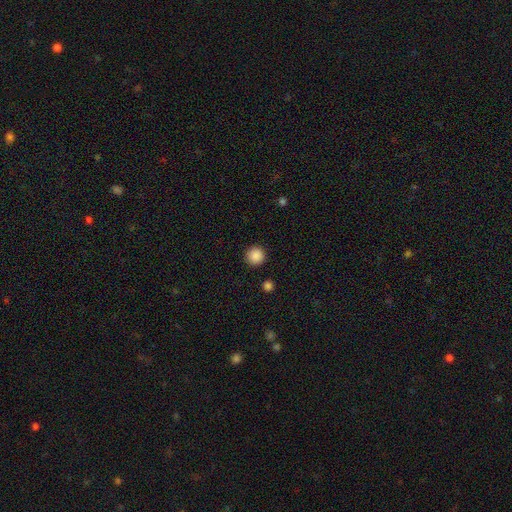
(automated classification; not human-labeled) This is clearly a smooth galaxy (88%). How rounded: clearly round (96%). Merging: clearly none (92%).